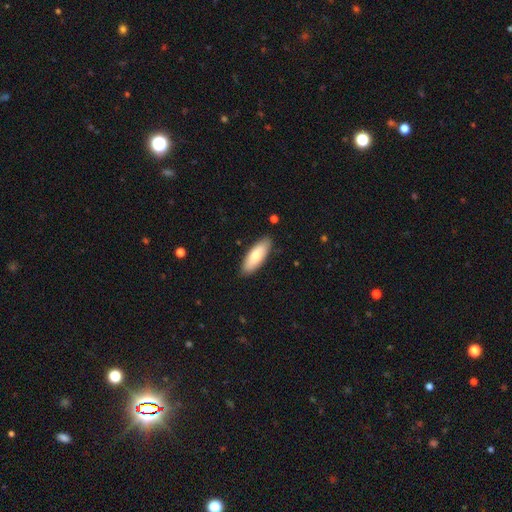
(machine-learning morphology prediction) This is likely a smooth galaxy (76%). How rounded: likely in between (71%). Merging: clearly none (87%).